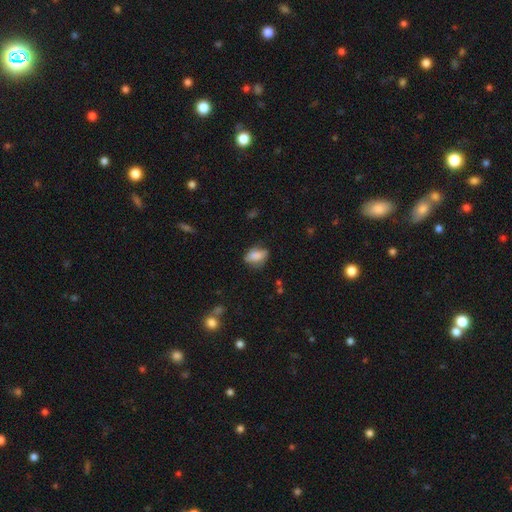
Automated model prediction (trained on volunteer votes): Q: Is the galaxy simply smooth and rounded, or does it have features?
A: smooth — 75%.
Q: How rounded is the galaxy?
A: in between — 79%.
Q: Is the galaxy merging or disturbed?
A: none — 65%.